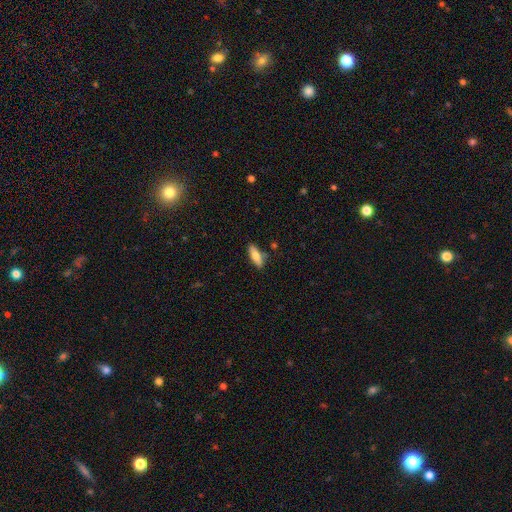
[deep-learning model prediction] smooth_or_featured: smooth (p=0.71) [alt: featured or disk p=0.22]
how_rounded: in between (p=0.62) [alt: cigar-shaped p=0.36]
merging: none (p=0.80) [alt: minor disturbance p=0.13]